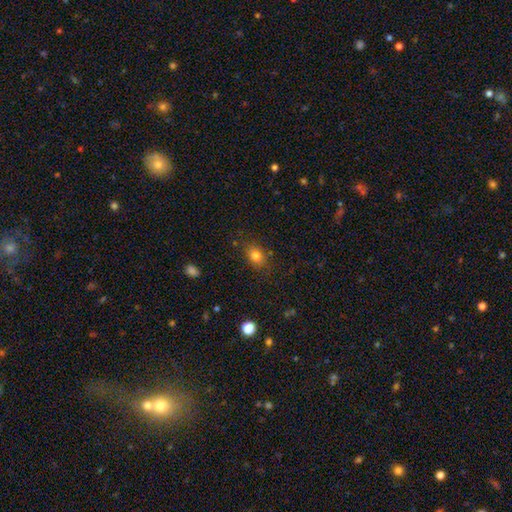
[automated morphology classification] smooth 80%, star or artifact 12%, featured or disk 8%. Down the decision tree: how rounded — in between (61%); merging — none (82%).